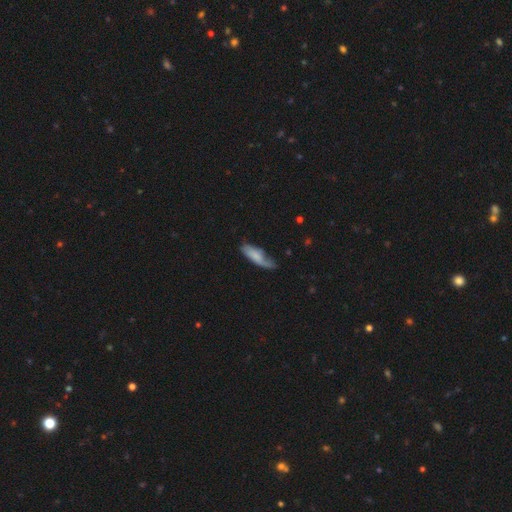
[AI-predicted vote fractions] Overall: smooth (62%; featured or disk 31%). How rounded: in between (55%; cigar-shaped 43%). Merging: none (49%; minor disturbance 34%).